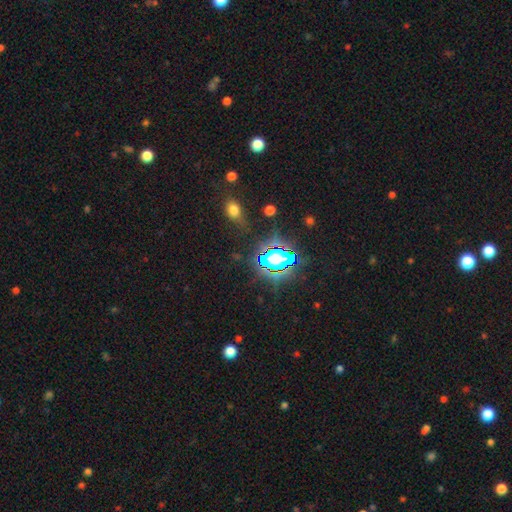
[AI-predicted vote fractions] A star or artifact, not a galaxy (80%).